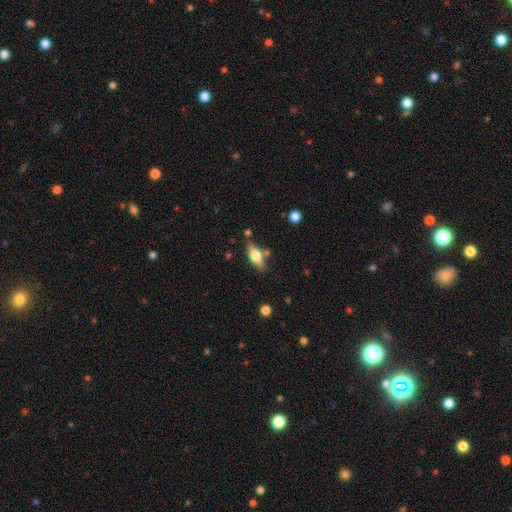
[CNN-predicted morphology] A smooth galaxy with no disk features (59%) that is in between round and cigar-shaped (74%).

Vote fractions:
- Smooth or featured? smooth: 59% / featured or disk: 34% / star or artifact: 7%
- How rounded? in between: 74% / cigar-shaped: 23% / round: 3%
- Merging? none: 74% / minor disturbance: 16% / merger: 7% / major disturbance: 4%